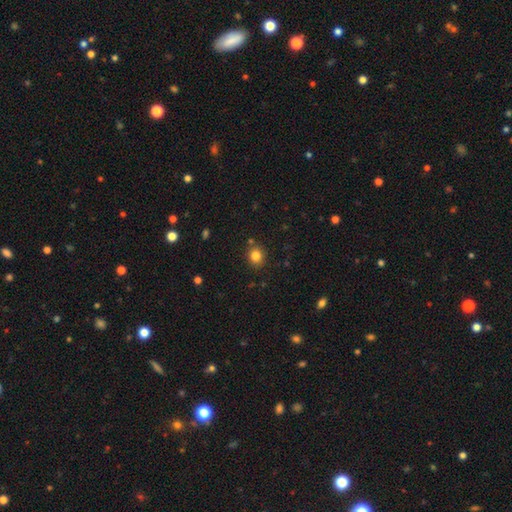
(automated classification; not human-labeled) This appears to be a smooth galaxy with no disk features (82%) that is round (76%). Merging: none (84%).